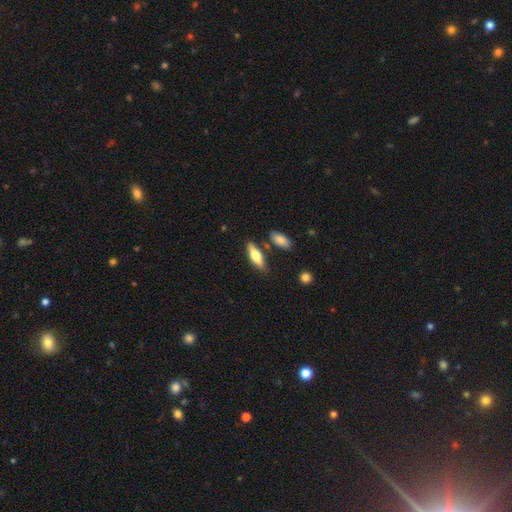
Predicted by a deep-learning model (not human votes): This appears to be a smooth galaxy with no disk features (61%) that is in between round and cigar-shaped (54%). Merging: none (77%).